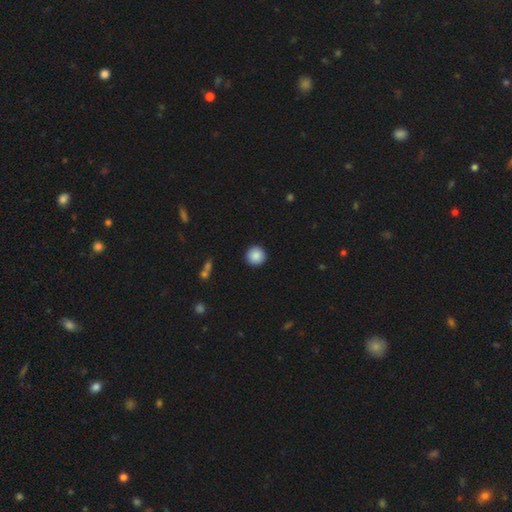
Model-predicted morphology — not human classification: smooth_or_featured: smooth (p=0.88) [alt: star or artifact p=0.08]
how_rounded: round (p=0.95) [alt: in between p=0.04]
merging: none (p=0.93) [alt: minor disturbance p=0.05]